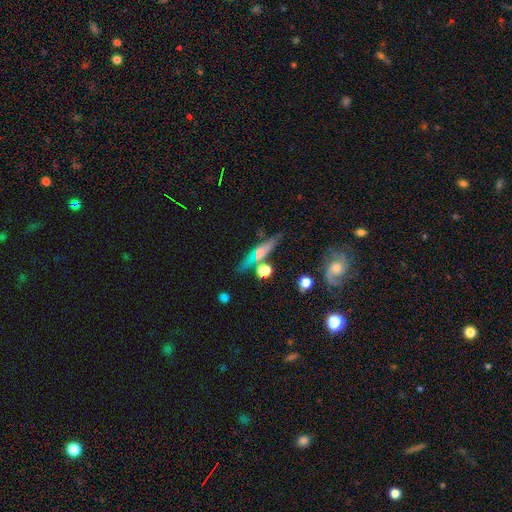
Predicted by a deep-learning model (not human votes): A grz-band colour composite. It shows a featured or disk galaxy (67%) viewed edge-on (87%) with a rounded central bulge (74%). Merging: none (72%).